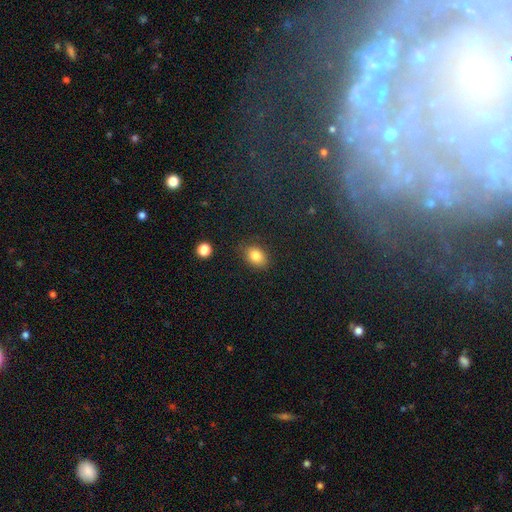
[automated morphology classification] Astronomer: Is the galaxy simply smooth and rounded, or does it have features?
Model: smooth — 83%.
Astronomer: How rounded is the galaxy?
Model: in between — 74%.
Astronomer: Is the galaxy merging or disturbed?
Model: none — 82%.